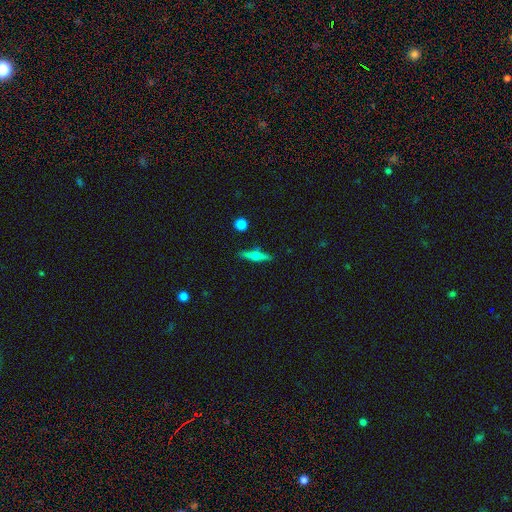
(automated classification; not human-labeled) The model was most divided on "smooth or featured": featured or disk: 54%, smooth: 39%, star or artifact: 7%. More confident: edge-on disk — yes (96%); merging — none (87%); edge-on bulge — rounded (87%).